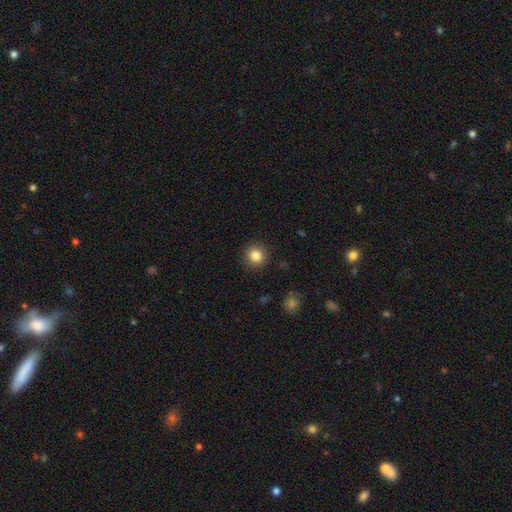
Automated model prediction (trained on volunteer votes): Smooth or featured? smooth (84%)
How rounded? round (92%)
Merging? none (91%)